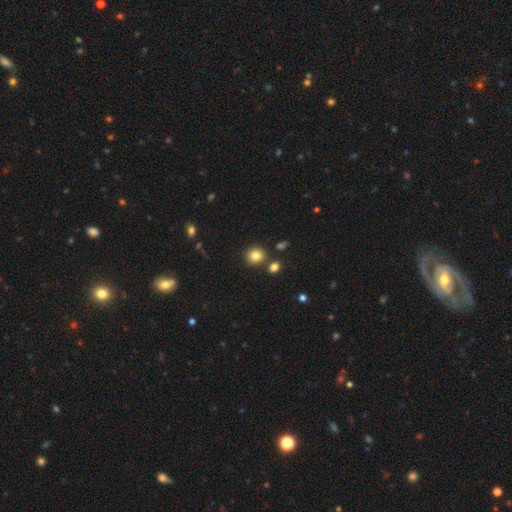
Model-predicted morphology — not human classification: smooth-or-featured: smooth: 82% | star or artifact: 11% | featured or disk: 7%
  how-rounded: round: 83% | in between: 16% | cigar-shaped: 1%
  merging: none: 82% | minor disturbance: 8% | merger: 8% | major disturbance: 2%